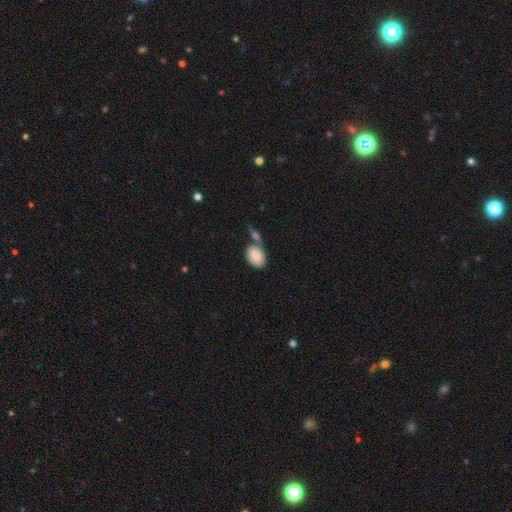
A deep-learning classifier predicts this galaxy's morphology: smooth-or-featured: smooth: 83% | featured or disk: 11% | star or artifact: 6%
  how-rounded: in between: 84% | round: 15% | cigar-shaped: 1%
  merging: none: 51% | merger: 30% | minor disturbance: 13% | major disturbance: 5%